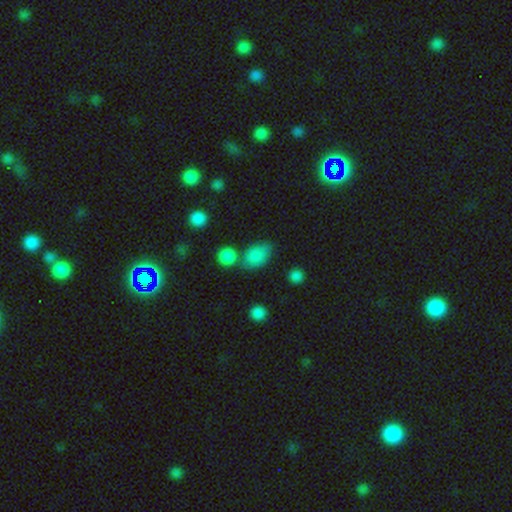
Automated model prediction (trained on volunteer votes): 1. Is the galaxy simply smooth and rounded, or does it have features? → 84% smooth, 11% star or artifact, 6% featured or disk.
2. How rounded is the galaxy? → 81% in between, 17% round, 2% cigar-shaped.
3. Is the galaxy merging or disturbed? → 55% none, 20% merger, 18% minor disturbance, 7% major disturbance.